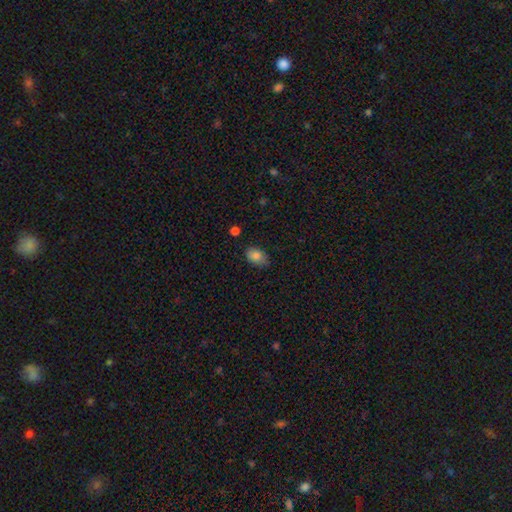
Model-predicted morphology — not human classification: smooth 84%, star or artifact 8%, featured or disk 8%. Down the decision tree: how rounded — in between (86%); merging — none (73%).